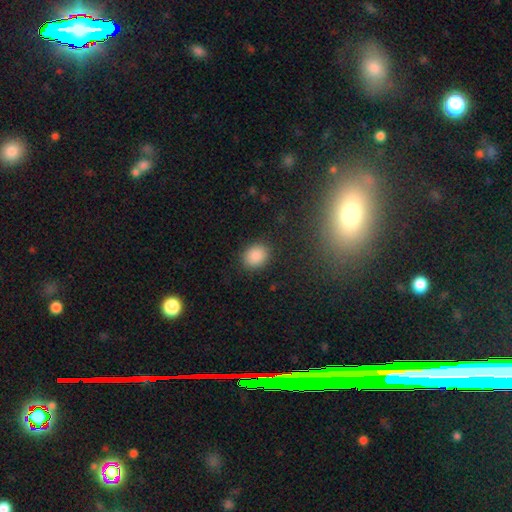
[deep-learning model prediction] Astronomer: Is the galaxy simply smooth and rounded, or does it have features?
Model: smooth — 88%.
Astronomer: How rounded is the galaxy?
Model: round — 54% (runner-up: in between, 45%).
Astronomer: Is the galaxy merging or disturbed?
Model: none — 88%.